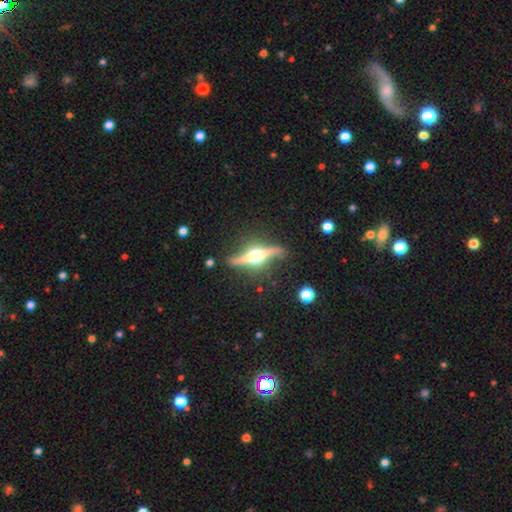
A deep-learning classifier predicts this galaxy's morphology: Q: Smooth or featured?
A: featured or disk (84%); runner-up: smooth (11%)
Q: Edge-on disk?
A: yes (95%); runner-up: no (5%)
Q: Edge-on bulge?
A: rounded (95%); runner-up: boxy (4%)
Q: Merging?
A: none (79%); runner-up: minor disturbance (13%)